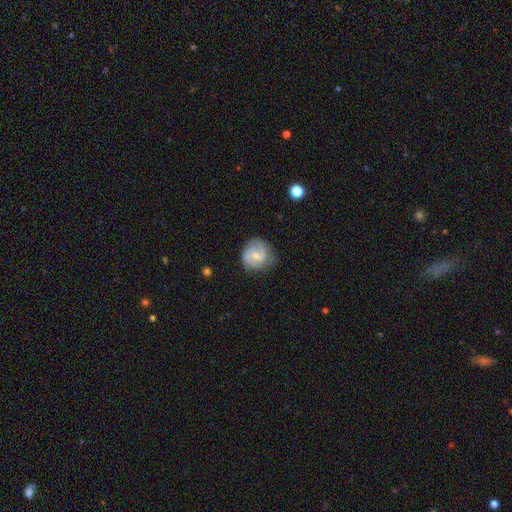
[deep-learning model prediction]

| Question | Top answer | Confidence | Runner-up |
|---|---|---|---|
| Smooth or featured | featured or disk | 60% | smooth (33%) |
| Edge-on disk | no | 98% | yes (2%) |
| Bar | weak | 48% | no (42%) |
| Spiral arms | yes | 86% | no (14%) |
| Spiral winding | tight | 44% | medium (41%) |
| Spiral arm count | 2 | 61% | can't tell (21%) |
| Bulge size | small | 52% | moderate (44%) |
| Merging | none | 69% | minor disturbance (22%) |